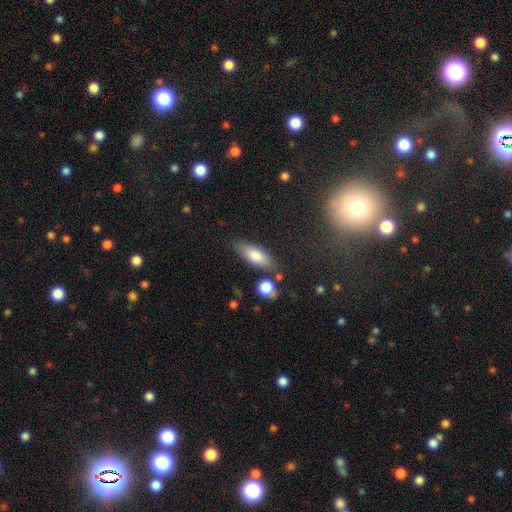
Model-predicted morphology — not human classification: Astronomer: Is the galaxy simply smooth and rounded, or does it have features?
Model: smooth — 75%.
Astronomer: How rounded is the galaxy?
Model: in between — 67%.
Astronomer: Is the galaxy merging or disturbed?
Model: none — 75%.